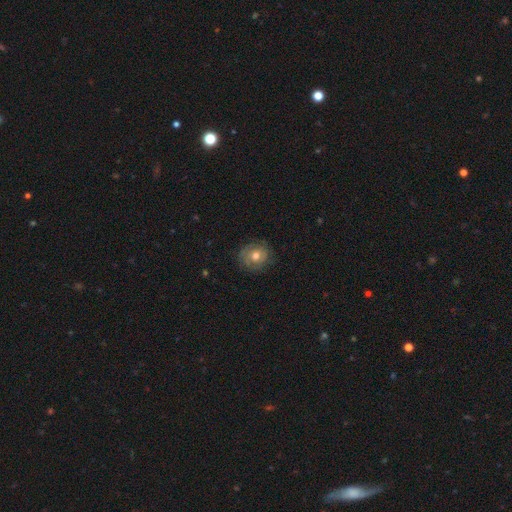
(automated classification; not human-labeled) Overall: smooth (49%; featured or disk 41%). Merging: none (79%).